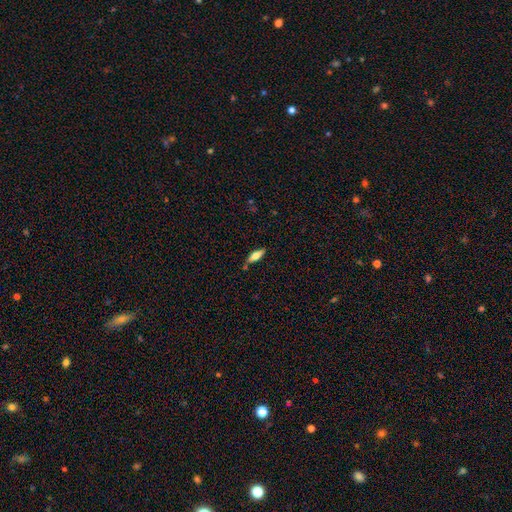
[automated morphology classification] This appears to be a smooth galaxy with no disk features (52%) that is in between round and cigar-shaped (57%). Merging: none (79%).